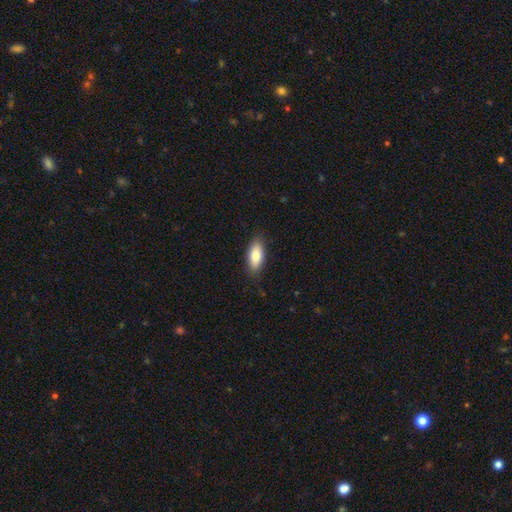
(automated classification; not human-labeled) Overall: smooth (82%). How rounded: in between (83%). Merging: none (85%).